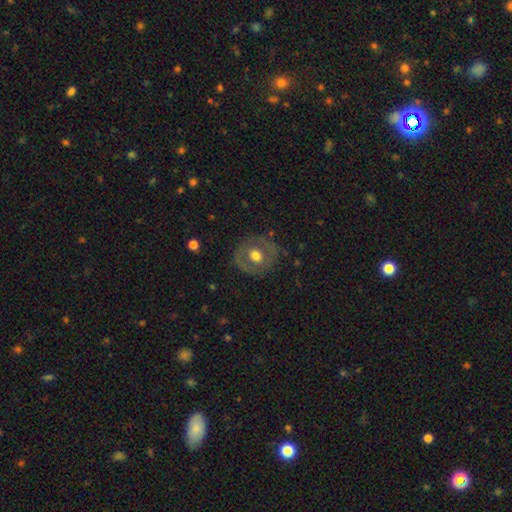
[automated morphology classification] Smooth or featured? Predicted: smooth (p=0.49). Merging? Predicted: none (p=0.79).